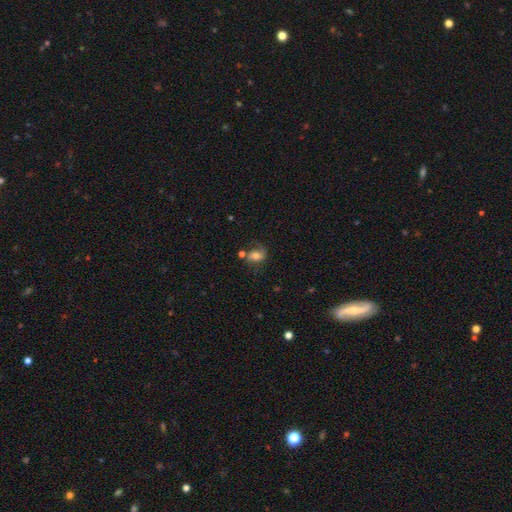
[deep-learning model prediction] Q: Smooth or featured?
A: smooth (46%); runner-up: featured or disk (43%)
Q: Merging?
A: none (45%); runner-up: minor disturbance (23%)